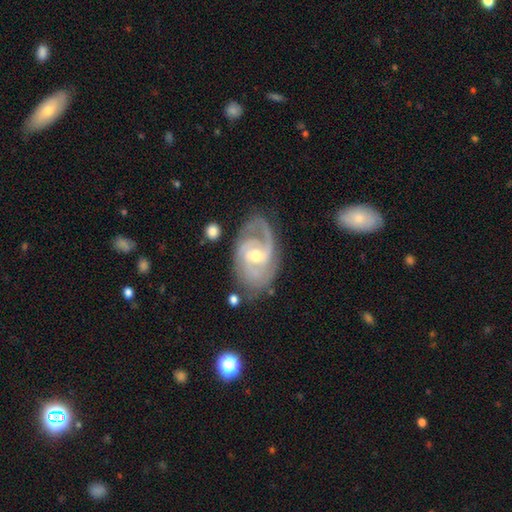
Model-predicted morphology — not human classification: featured or disk 86%, smooth 8%, star or artifact 6%. Down the decision tree: edge-on disk — no (96%); bar — weak (47%); spiral arms — yes (95%); spiral arm count — 2 (51%); spiral winding — tight (50%); bulge size — moderate (56%); merging — none (66%).